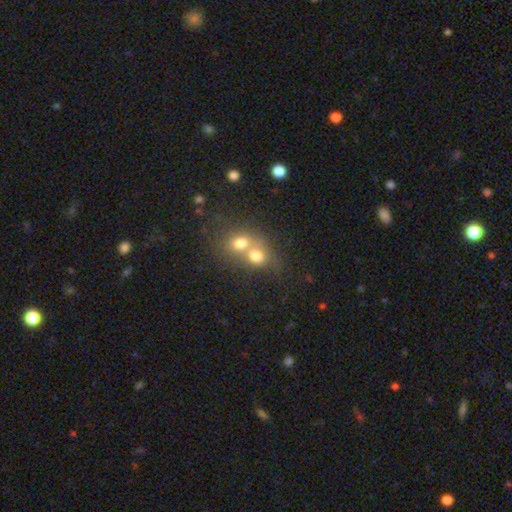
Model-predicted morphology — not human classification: Overall: smooth (71%). How rounded: round (68%; in between 31%). Merging: merger (70%).